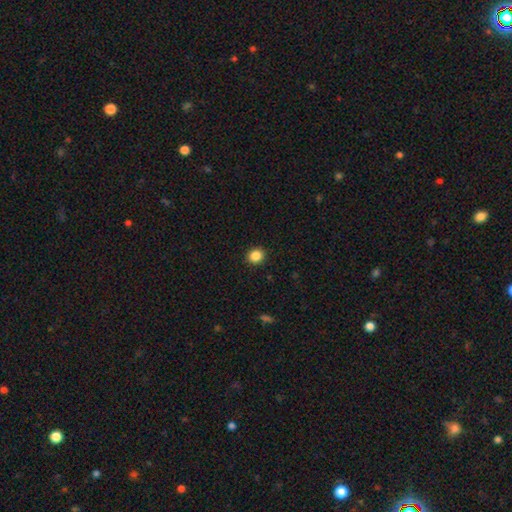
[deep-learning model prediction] Smooth or featured? smooth (87%)
How rounded? round (76%)
Merging? none (92%)